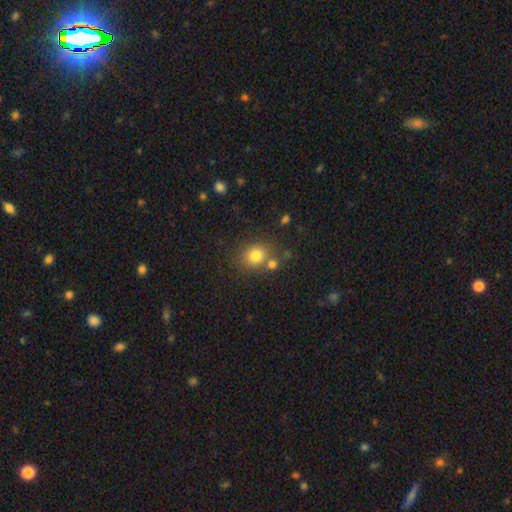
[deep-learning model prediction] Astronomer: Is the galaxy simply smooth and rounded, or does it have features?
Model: smooth — 79%.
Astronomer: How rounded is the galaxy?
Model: round — 72%.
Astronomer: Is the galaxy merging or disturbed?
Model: none — 64%.